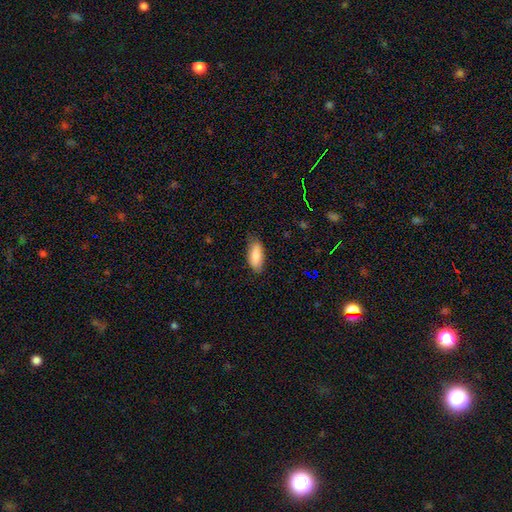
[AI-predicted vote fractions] smooth_or_featured: smooth (p=0.86) [alt: featured or disk p=0.07]
how_rounded: in between (p=0.84) [alt: cigar-shaped p=0.14]
merging: none (p=0.75) [alt: minor disturbance p=0.21]